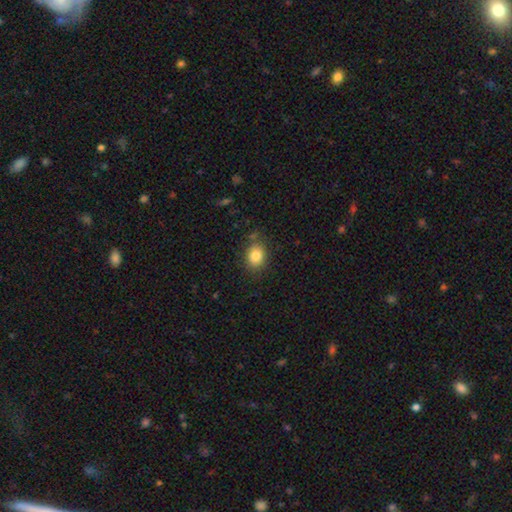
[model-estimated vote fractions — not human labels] Smooth or featured? Predicted: smooth (p=0.84). How rounded? Predicted: in between (p=0.54). Merging? Predicted: none (p=0.81).